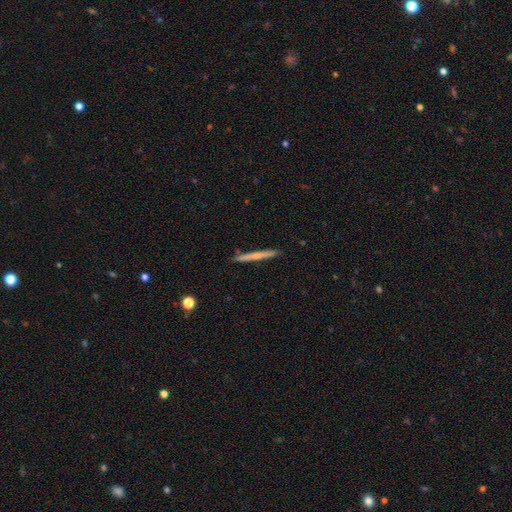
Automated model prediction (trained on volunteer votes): The model was most divided on "smooth or featured": smooth: 48%, featured or disk: 47%, star or artifact: 6%. More confident: merging — none (91%).